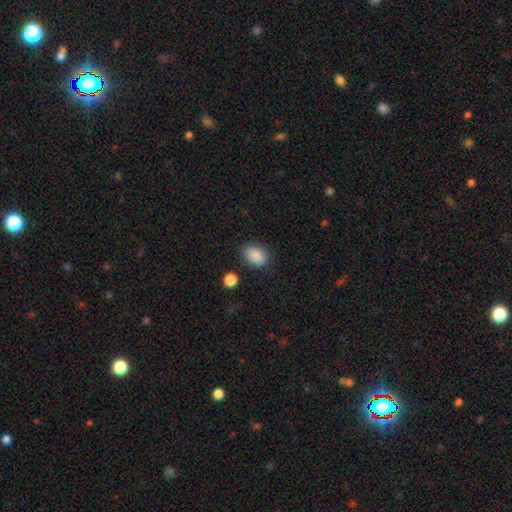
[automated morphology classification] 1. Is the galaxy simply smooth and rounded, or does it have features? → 87% smooth, 8% star or artifact, 4% featured or disk.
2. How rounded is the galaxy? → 79% in between, 20% round, 1% cigar-shaped.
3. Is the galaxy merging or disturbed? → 79% none, 14% minor disturbance, 4% major disturbance, 3% merger.